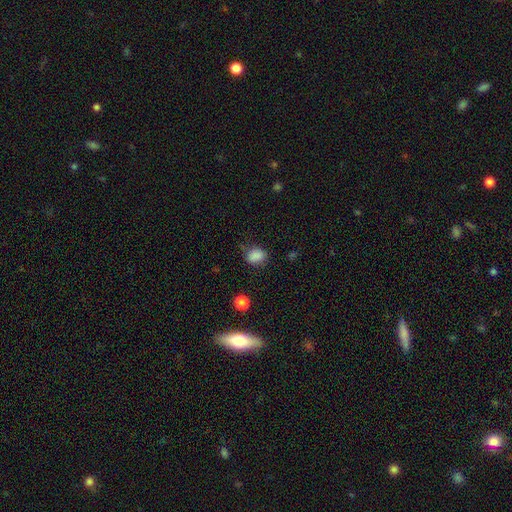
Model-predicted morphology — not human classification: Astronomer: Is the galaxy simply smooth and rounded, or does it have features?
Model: smooth — 84%.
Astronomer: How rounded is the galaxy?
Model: in between — 59% (runner-up: round, 40%).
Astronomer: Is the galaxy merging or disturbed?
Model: none — 70%.